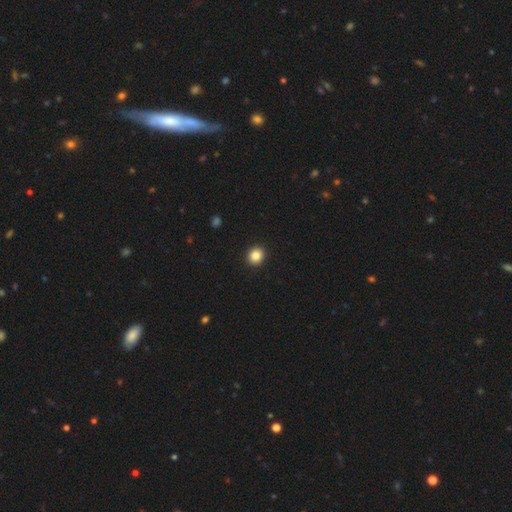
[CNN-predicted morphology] The model was most divided on "how rounded": round: 85%, in between: 14%, cigar-shaped: 1%. More confident: merging — none (93%); smooth or featured — smooth (85%).